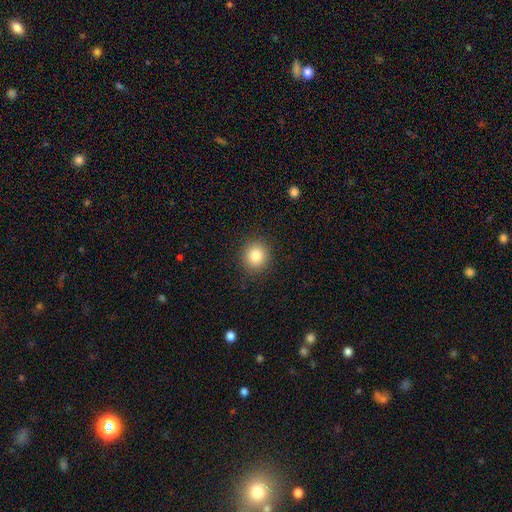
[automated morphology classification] Overall: smooth (82%). How rounded: round (89%). Merging: none (90%).